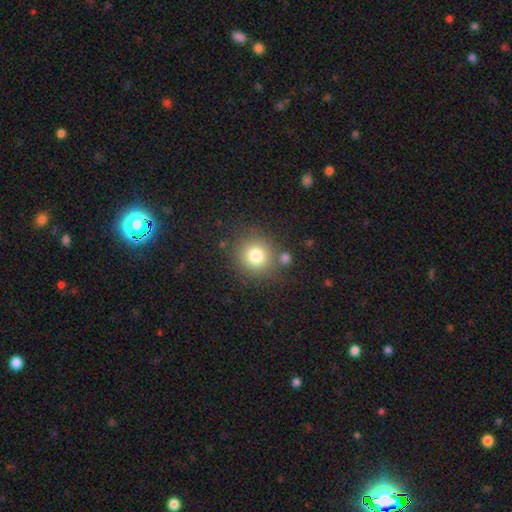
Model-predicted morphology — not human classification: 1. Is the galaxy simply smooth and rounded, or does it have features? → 79% smooth, 12% star or artifact, 9% featured or disk.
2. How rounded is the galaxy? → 91% round, 8% in between, 1% cigar-shaped.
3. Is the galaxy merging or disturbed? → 79% none, 9% minor disturbance, 8% merger, 4% major disturbance.